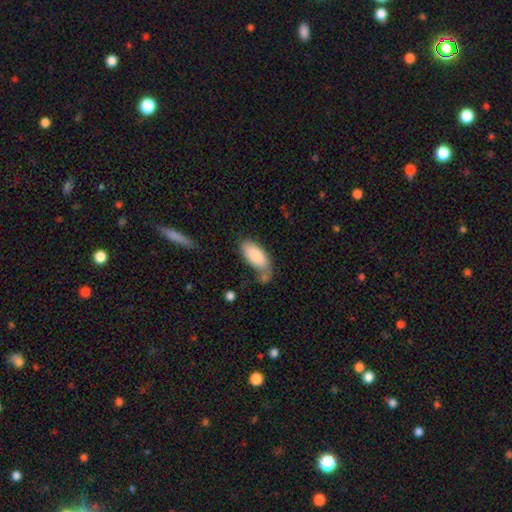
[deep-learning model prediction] smooth_or_featured: smooth (p=0.84) [alt: featured or disk p=0.10]
how_rounded: in between (p=0.89) [alt: cigar-shaped p=0.09]
merging: none (p=0.49) [alt: minor disturbance p=0.24]